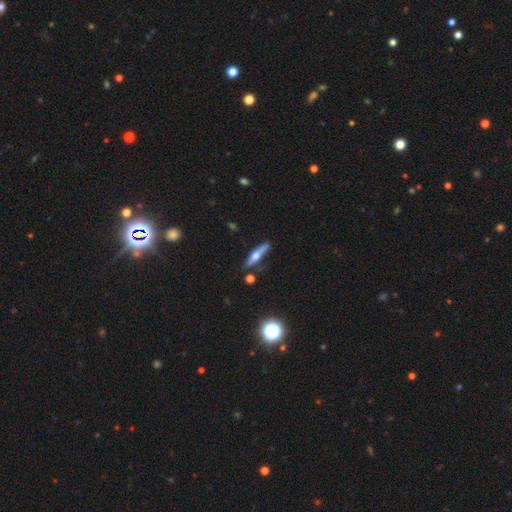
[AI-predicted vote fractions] Q: Smooth or featured?
A: featured or disk (58%); runner-up: smooth (35%)
Q: Edge-on disk?
A: yes (93%); runner-up: no (7%)
Q: Edge-on bulge?
A: rounded (91%); runner-up: boxy (6%)
Q: Merging?
A: none (77%); runner-up: minor disturbance (15%)